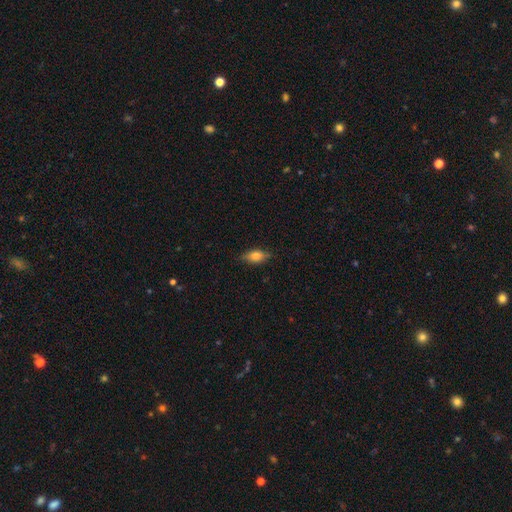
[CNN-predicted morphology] smooth 63%, featured or disk 29%, star or artifact 8%. Down the decision tree: how rounded — in between (76%); merging — none (80%).